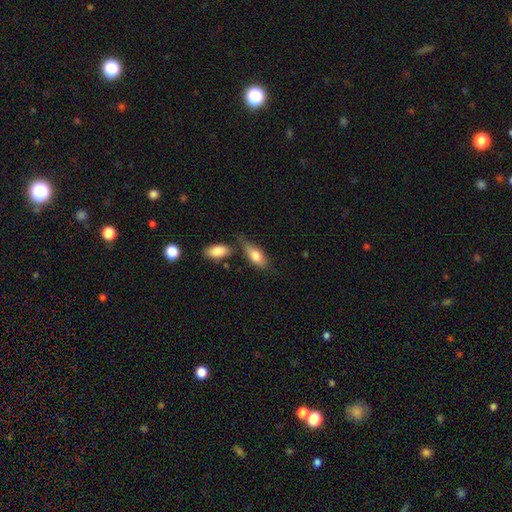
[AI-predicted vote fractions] smooth-or-featured: smooth: 78% | featured or disk: 16% | star or artifact: 6%
  how-rounded: in between: 84% | cigar-shaped: 13% | round: 4%
  merging: none: 49% | minor disturbance: 23% | merger: 19% | major disturbance: 8%